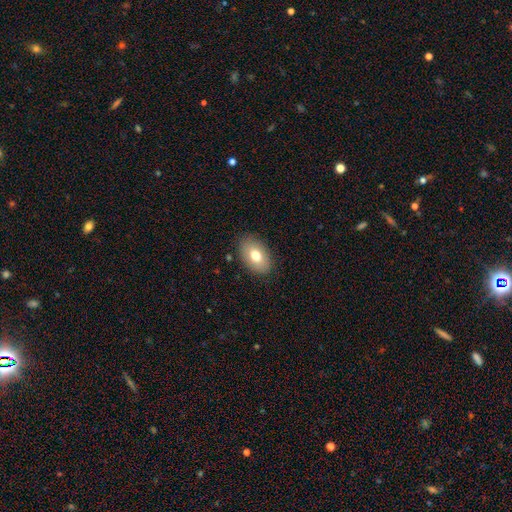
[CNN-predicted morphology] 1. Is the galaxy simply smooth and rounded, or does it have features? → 75% smooth, 18% featured or disk, 8% star or artifact.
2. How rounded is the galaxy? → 89% in between, 10% round, 1% cigar-shaped.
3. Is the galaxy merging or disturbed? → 86% none, 10% minor disturbance, 3% major disturbance, 1% merger.